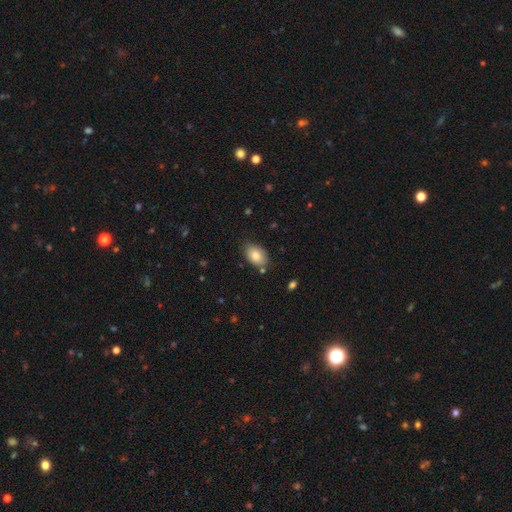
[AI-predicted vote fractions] Overall: smooth (84%). How rounded: in between (88%). Merging: none (79%).